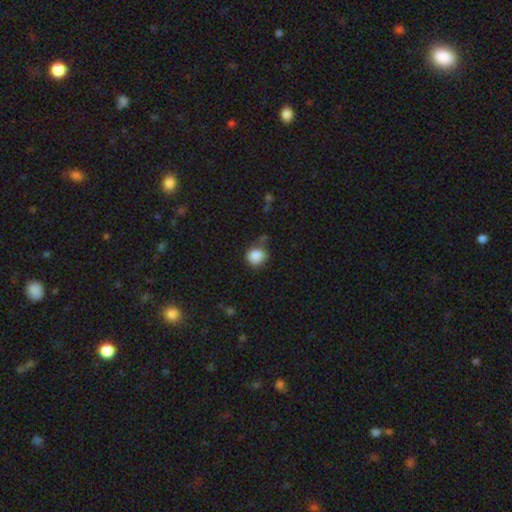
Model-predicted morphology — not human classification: The model was most divided on "merging": none: 58%, minor disturbance: 28%, major disturbance: 8%, merger: 6%. More confident: smooth or featured — smooth (87%); how rounded — round (79%).